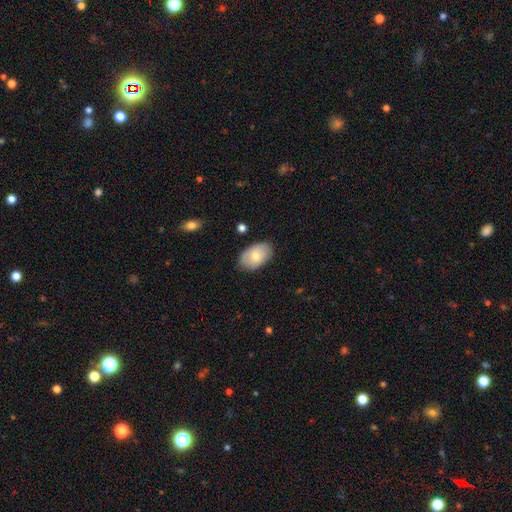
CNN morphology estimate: type=smooth (70%); roundness=in between (91%); merging=none (81%).